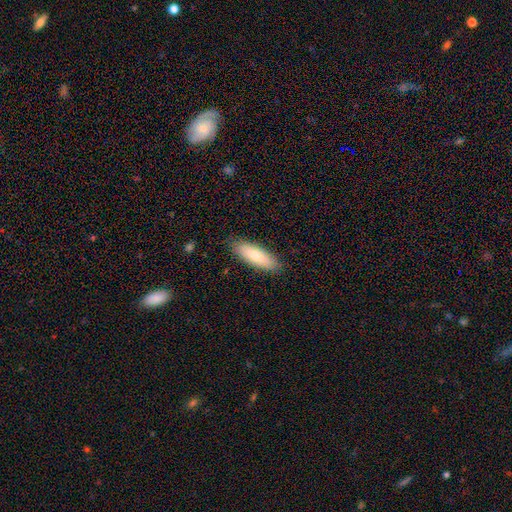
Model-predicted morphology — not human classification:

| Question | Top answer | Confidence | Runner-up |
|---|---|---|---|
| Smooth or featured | smooth | 77% | featured or disk (17%) |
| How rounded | in between | 58% | cigar-shaped (41%) |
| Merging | none | 87% | minor disturbance (10%) |